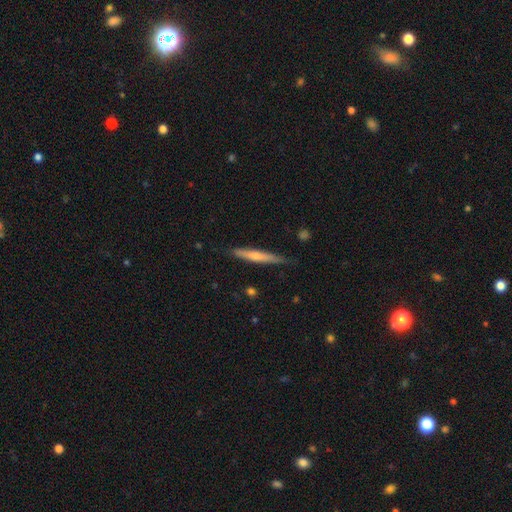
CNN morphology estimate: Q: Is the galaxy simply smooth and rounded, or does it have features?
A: featured or disk — 49%.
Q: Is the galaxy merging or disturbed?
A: none — 82%.